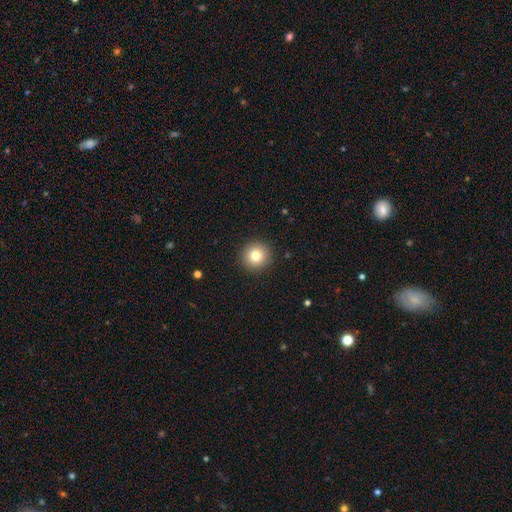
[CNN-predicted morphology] Smooth or featured?
  - smooth: 80% *
  - star or artifact: 11%
  - featured or disk: 9%
How rounded?
  - round: 94% *
  - in between: 5%
  - cigar-shaped: 1%
Merging?
  - none: 92% *
  - minor disturbance: 6%
  - major disturbance: 2%
  - merger: 1%